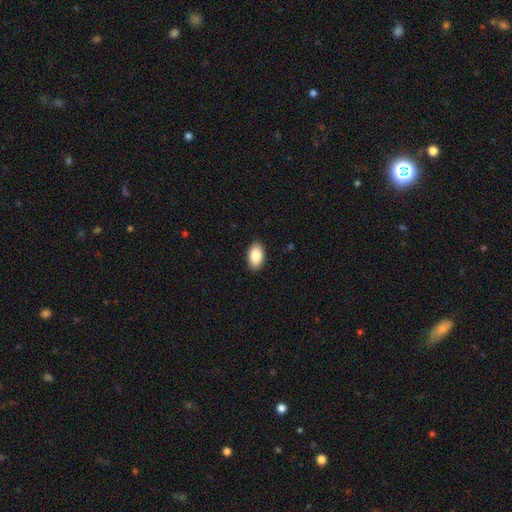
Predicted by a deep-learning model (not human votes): Smooth or featured? smooth (86%)
How rounded? in between (93%)
Merging? none (90%)